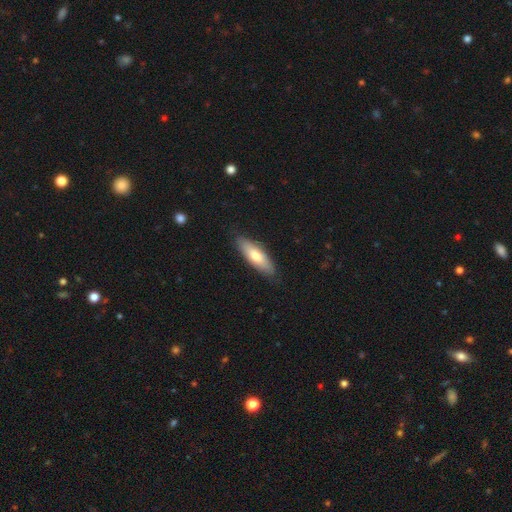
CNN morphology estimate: Smooth or featured?
  - smooth: 68% *
  - featured or disk: 27%
  - star or artifact: 5%
How rounded?
  - in between: 53% *
  - cigar-shaped: 45%
  - round: 2%
Merging?
  - none: 84% *
  - minor disturbance: 13%
  - major disturbance: 2%
  - merger: 1%